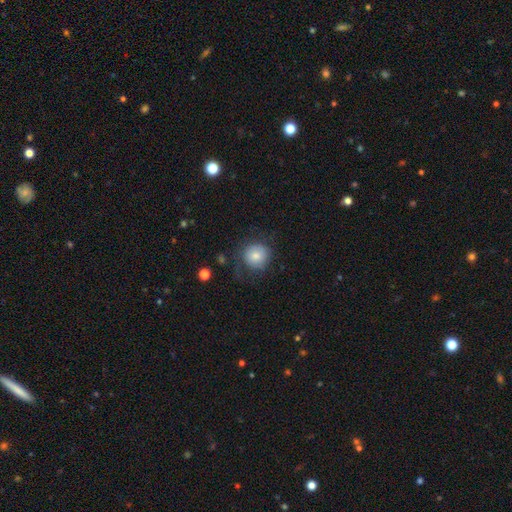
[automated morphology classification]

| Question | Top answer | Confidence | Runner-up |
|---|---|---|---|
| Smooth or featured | smooth | 74% | featured or disk (17%) |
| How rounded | round | 88% | in between (11%) |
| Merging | none | 60% | minor disturbance (22%) |